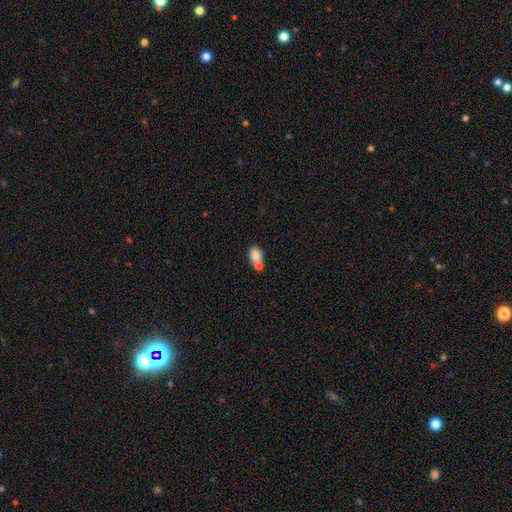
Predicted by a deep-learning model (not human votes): Smooth or featured: smooth — 80% (featured or disk — 12%)
How rounded: in between — 81% (round — 17%)
Merging: merger — 43% (none — 41%)